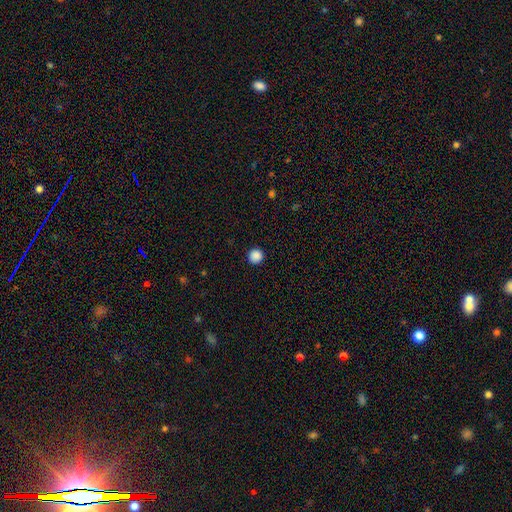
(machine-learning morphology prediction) type=smooth (88%); roundness=round (96%); merging=none (93%).